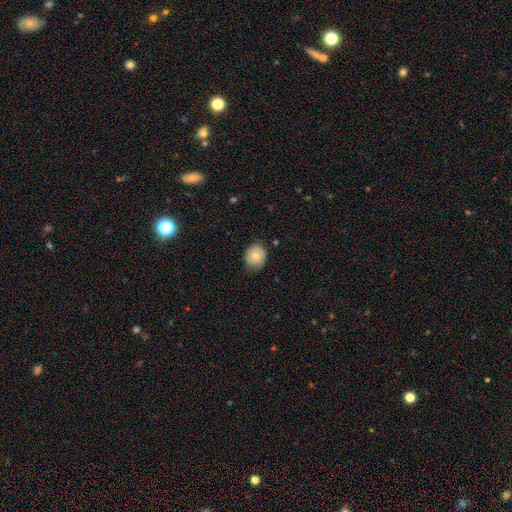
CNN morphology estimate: Smooth or featured: smooth — 69% (featured or disk — 23%)
How rounded: round — 72% (in between — 28%)
Merging: none — 71% (minor disturbance — 24%)